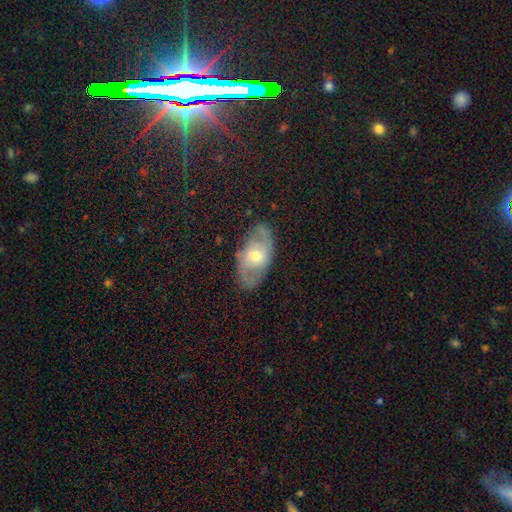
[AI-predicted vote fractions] A featured or disk galaxy (63%) with no bar (62%), spiral arms (68%) and a moderate central bulge (60%).

Vote fractions:
- Smooth or featured? featured or disk: 63% / smooth: 29% / star or artifact: 8%
- Edge-on disk? no: 91% / yes: 9%
- Bar? no: 62% / weak: 29% / strong: 9%
- Spiral arms? yes: 68% / no: 32%
- Bulge size? moderate: 60% / small: 34% / large: 5% / dominant: 1% / none: 1%
- Merging? none: 80% / minor disturbance: 14% / major disturbance: 5% / merger: 1%